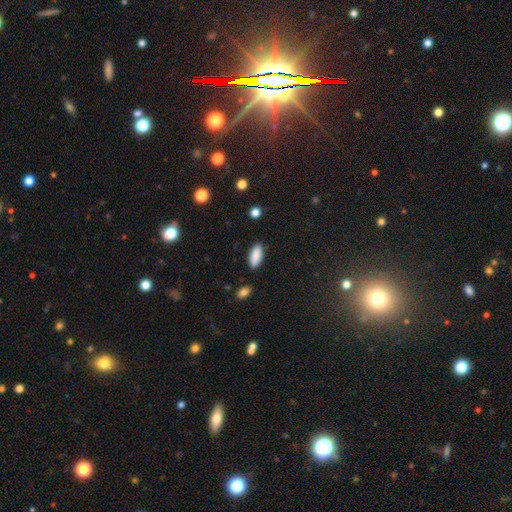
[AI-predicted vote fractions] A smooth galaxy with no disk features (89%) that is in between round and cigar-shaped (81%).

Vote fractions:
- Smooth or featured? smooth: 89% / star or artifact: 6% / featured or disk: 5%
- How rounded? in between: 81% / cigar-shaped: 17% / round: 2%
- Merging? none: 86% / minor disturbance: 10% / major disturbance: 2% / merger: 2%